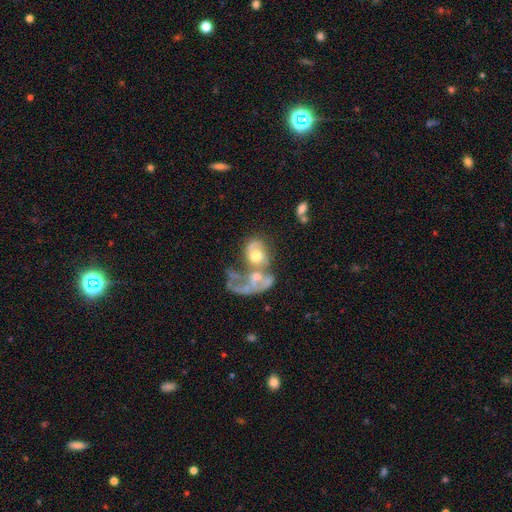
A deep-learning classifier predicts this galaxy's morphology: type=featured or disk (58%); edge-on=no (96%); bar=no (82%); spiral arms=no (60%); bulge=moderate (58%); merging=merger (65%).